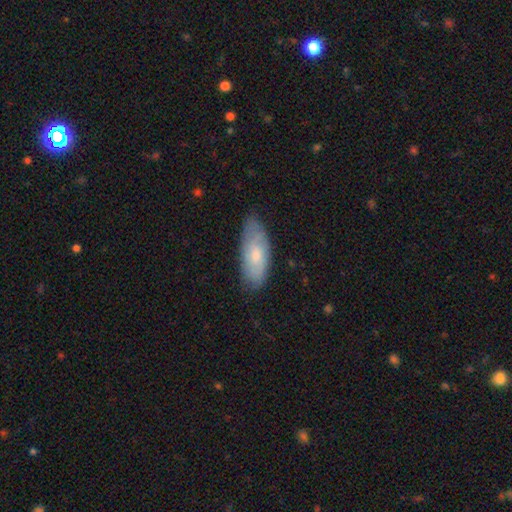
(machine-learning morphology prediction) The model was most divided on "smooth or featured": smooth: 64%, featured or disk: 30%, star or artifact: 6%. More confident: how rounded — in between (82%); merging — none (73%).